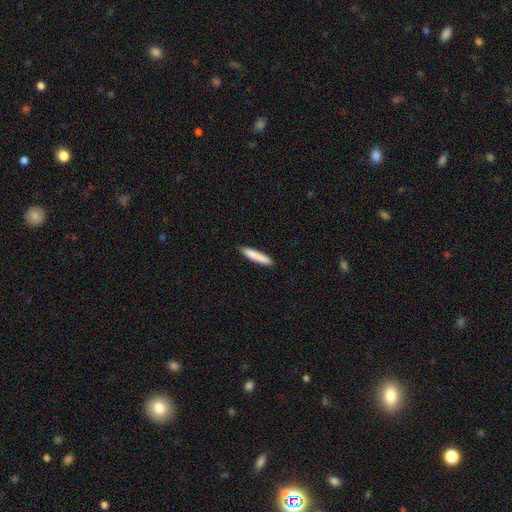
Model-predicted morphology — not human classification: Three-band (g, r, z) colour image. It shows a smooth galaxy with no disk features (83%) that is cigar-shaped (89%). Merging: none (82%).